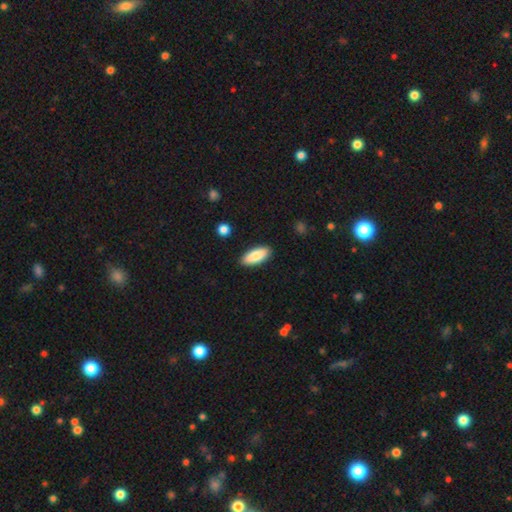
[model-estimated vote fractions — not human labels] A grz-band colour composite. It shows a smooth galaxy with no disk features (85%) that is in between round and cigar-shaped (75%). Merging: none (89%).